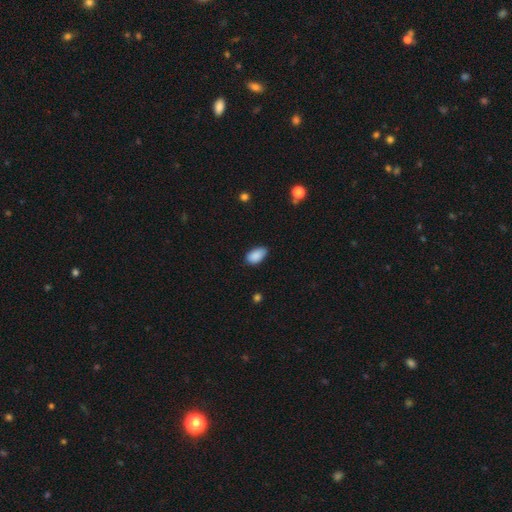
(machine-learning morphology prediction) smooth_or_featured: smooth (p=0.89) [alt: star or artifact p=0.07]
how_rounded: in between (p=0.93) [alt: round p=0.05]
merging: none (p=0.71) [alt: minor disturbance p=0.25]